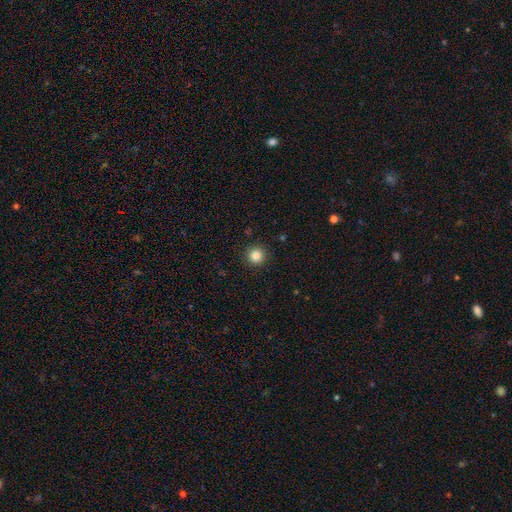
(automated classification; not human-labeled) This appears to be a smooth galaxy with no disk features (83%) that is round (95%). Merging: none (92%).